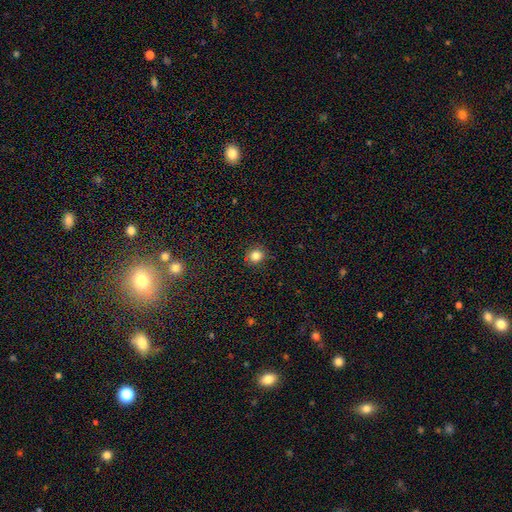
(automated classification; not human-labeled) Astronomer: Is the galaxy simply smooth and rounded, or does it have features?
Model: smooth — 83%.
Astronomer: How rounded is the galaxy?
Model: round — 88%.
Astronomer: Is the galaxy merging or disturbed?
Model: none — 88%.